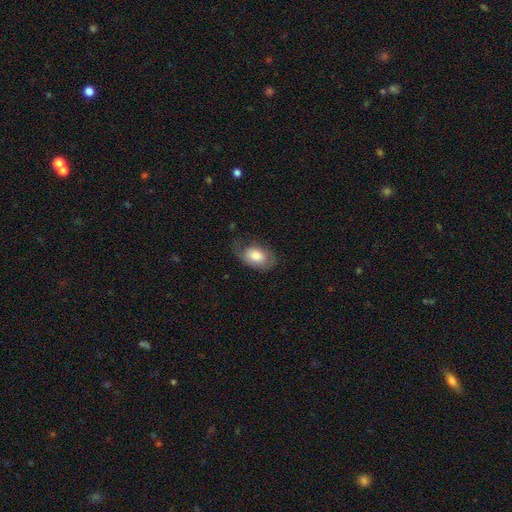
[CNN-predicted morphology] Smooth or featured? Predicted: smooth (p=0.72). How rounded? Predicted: in between (p=0.88). Merging? Predicted: none (p=0.53).